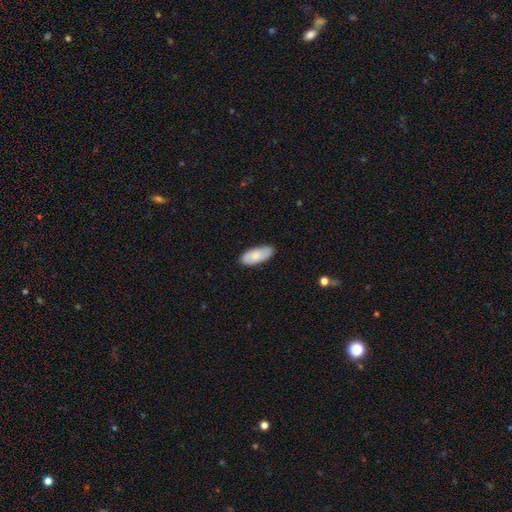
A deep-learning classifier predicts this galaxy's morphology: smooth_or_featured: smooth (p=0.78) [alt: featured or disk p=0.16]
how_rounded: in between (p=0.86) [alt: cigar-shaped p=0.12]
merging: none (p=0.84) [alt: minor disturbance p=0.13]